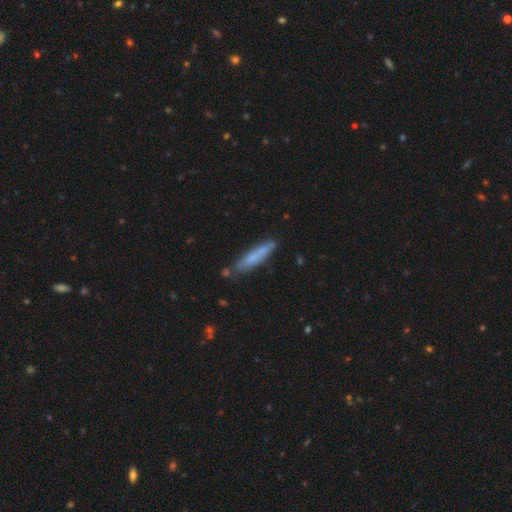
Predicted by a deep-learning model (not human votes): Smooth or featured?
  - smooth: 68% *
  - featured or disk: 25%
  - star or artifact: 6%
How rounded?
  - cigar-shaped: 90% *
  - in between: 9%
  - round: 1%
Merging?
  - none: 77% *
  - minor disturbance: 15%
  - merger: 5%
  - major disturbance: 3%